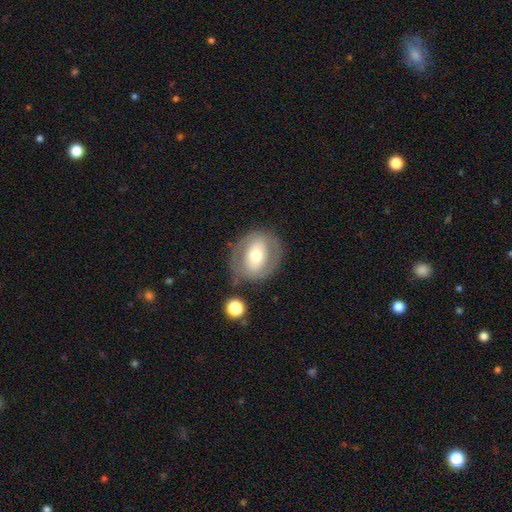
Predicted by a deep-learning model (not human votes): smooth 47%, featured or disk 46%, star or artifact 8%. Down the decision tree: merging — none (74%).